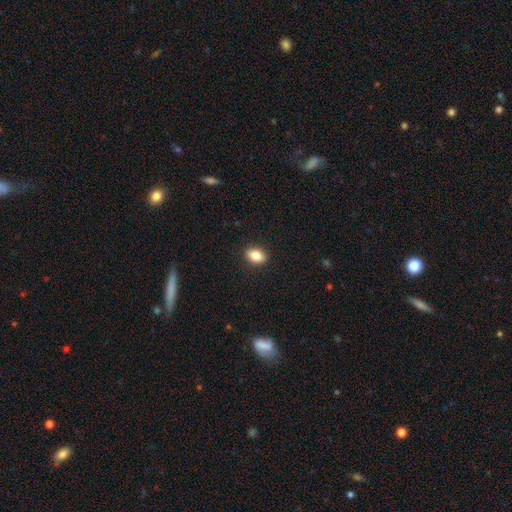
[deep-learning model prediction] This appears to be a smooth galaxy with no disk features (85%) that is in between round and cigar-shaped (80%). Merging: none (90%).